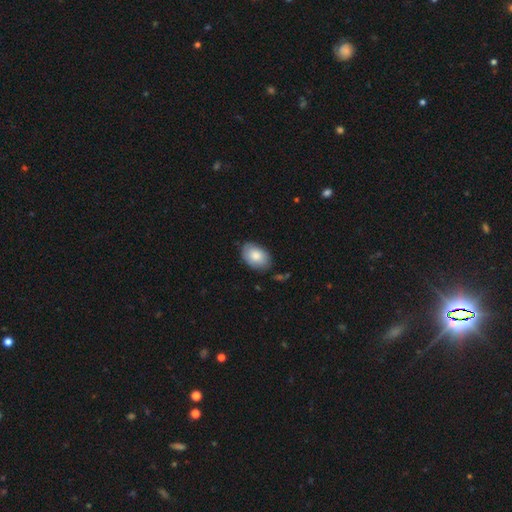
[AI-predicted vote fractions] Smooth or featured? Predicted: smooth (p=0.81). How rounded? Predicted: in between (p=0.89). Merging? Predicted: none (p=0.76).